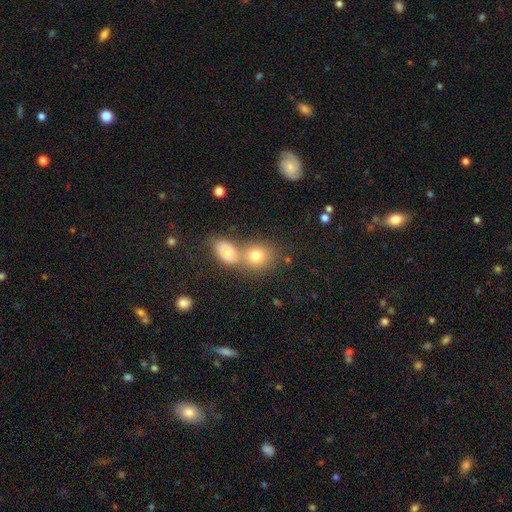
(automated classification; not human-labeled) smooth 74%, featured or disk 14%, star or artifact 12%. Down the decision tree: how rounded — round (64%); merging — merger (44%).